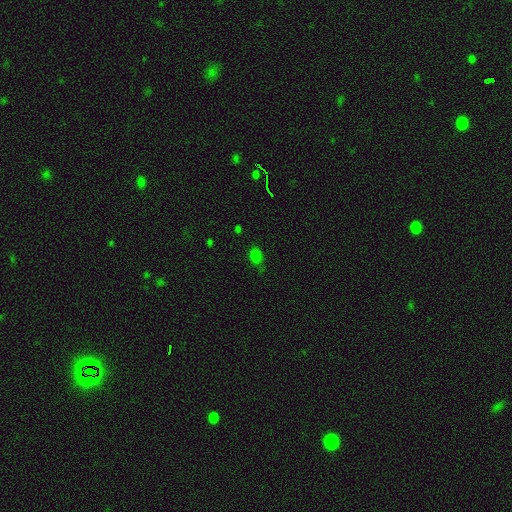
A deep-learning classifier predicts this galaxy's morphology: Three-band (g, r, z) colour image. It shows a smooth galaxy with no disk features (72%) that is in between round and cigar-shaped (62%). Merging: none (77%).